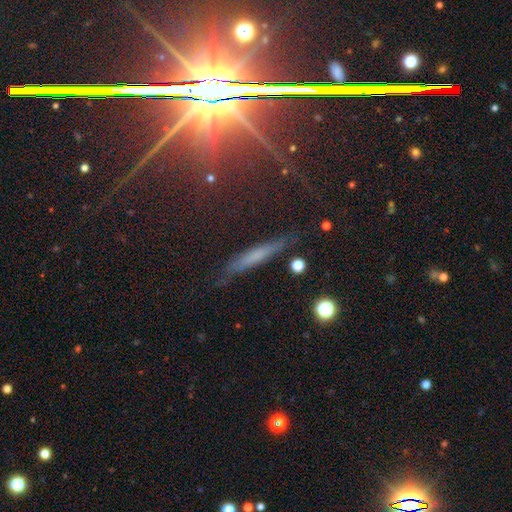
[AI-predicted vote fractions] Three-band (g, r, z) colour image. It shows a smooth galaxy with no disk features (46%). Merging: none (81%).